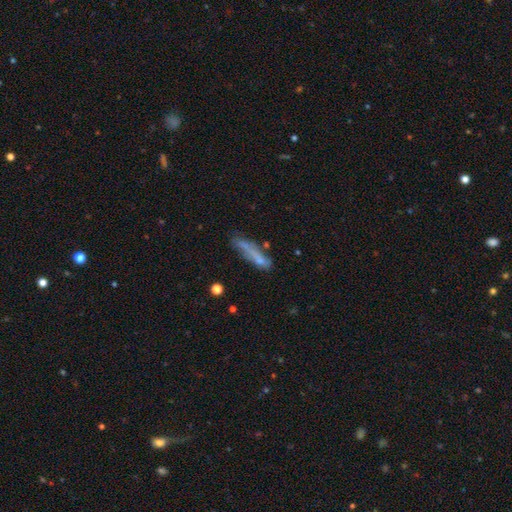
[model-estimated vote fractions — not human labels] smooth_or_featured: smooth (p=0.59) [alt: featured or disk p=0.31]
how_rounded: cigar-shaped (p=0.83) [alt: in between p=0.15]
merging: none (p=0.49) [alt: minor disturbance p=0.26]